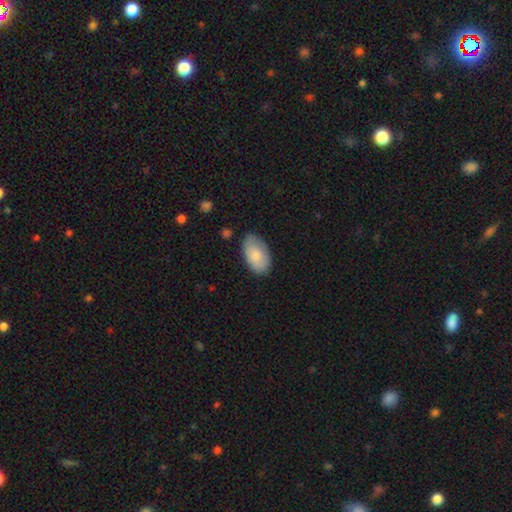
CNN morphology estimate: Overall: smooth (82%). How rounded: in between (95%). Merging: none (75%).